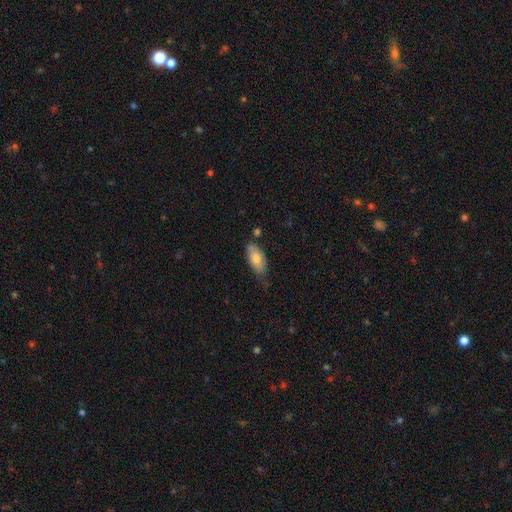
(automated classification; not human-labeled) A smooth galaxy with no disk features (75%) that is in between round and cigar-shaped (85%). Merging: none (57%).